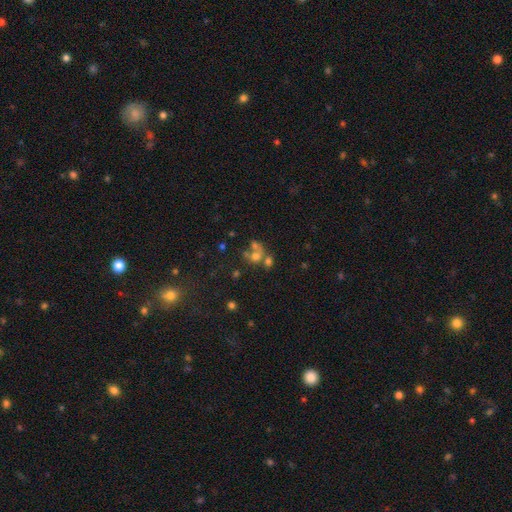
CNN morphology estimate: This is possibly a smooth galaxy (54%). How rounded: likely round (64%). Merging: possibly merger (53%).